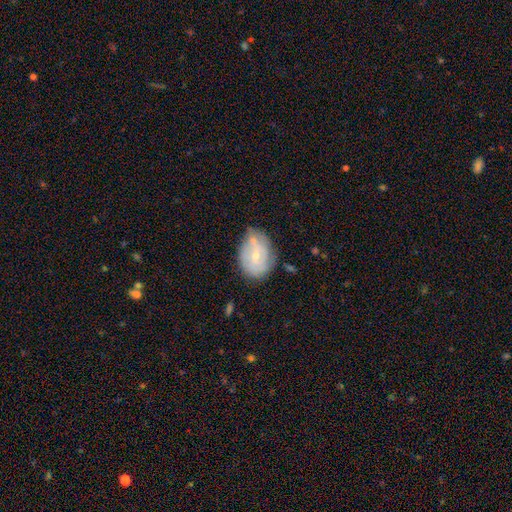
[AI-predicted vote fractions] A featured or disk galaxy (48%).

Vote fractions:
- Smooth or featured? featured or disk: 48% / smooth: 44% / star or artifact: 8%
- Merging? none: 52% / minor disturbance: 29% / merger: 11% / major disturbance: 9%